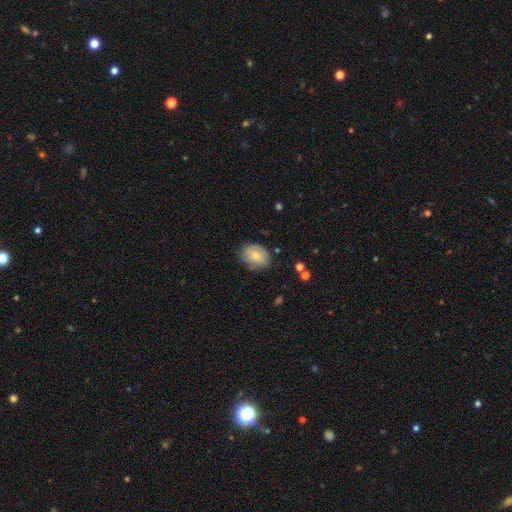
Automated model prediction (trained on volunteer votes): Overall: smooth (76%). How rounded: in between (65%; round 34%). Merging: none (75%).